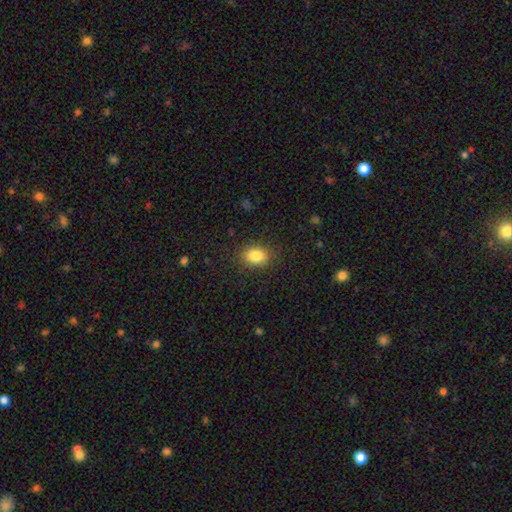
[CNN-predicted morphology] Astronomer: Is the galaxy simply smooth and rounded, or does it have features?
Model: smooth — 85%.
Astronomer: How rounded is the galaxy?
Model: in between — 71%.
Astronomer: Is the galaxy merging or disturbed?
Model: none — 86%.